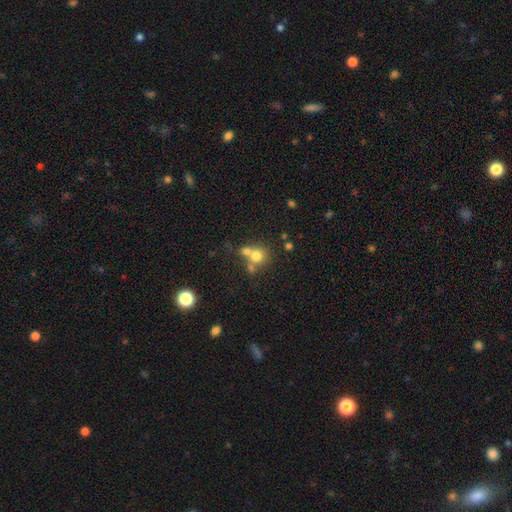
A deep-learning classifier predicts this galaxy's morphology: A smooth galaxy with no disk features (71%) that is round (83%). Merging: merger (47%).